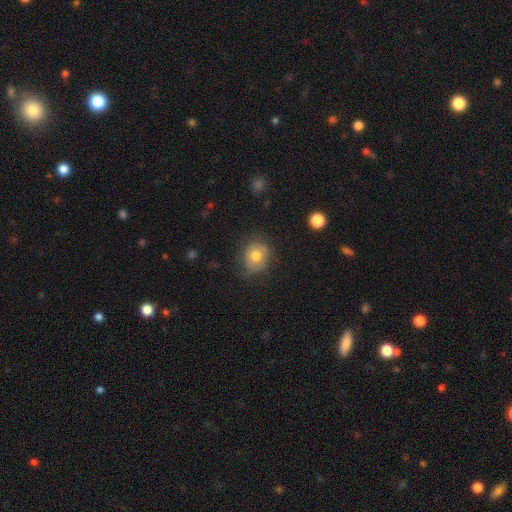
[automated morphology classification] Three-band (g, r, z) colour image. It shows a smooth galaxy with no disk features (70%) that is round (70%). Merging: none (67%).